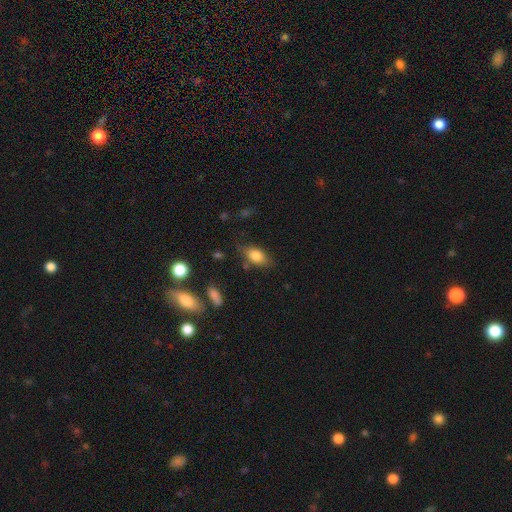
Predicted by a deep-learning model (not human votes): This appears to be a smooth galaxy with no disk features (79%) that is in between round and cigar-shaped (85%). Merging: none (68%).